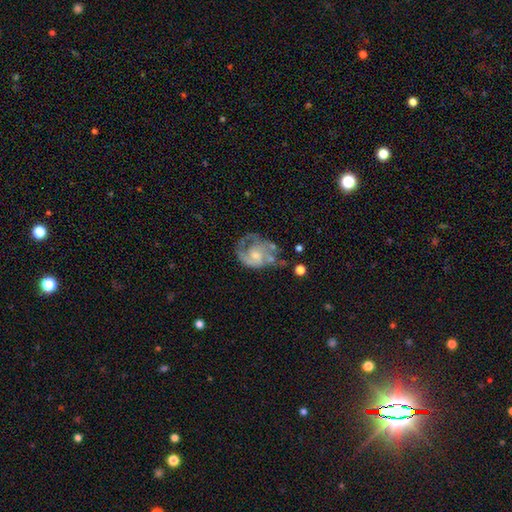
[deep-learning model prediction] Smooth or featured? featured or disk (69%)
Edge-on disk? no (98%)
Bar? no (71%)
Spiral arms? yes (71%)
Bulge size? small (42%)
Merging? major disturbance (34%)